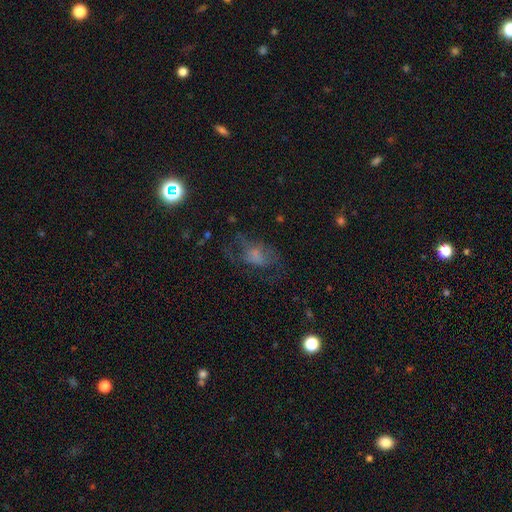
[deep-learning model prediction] A smooth galaxy with no disk features (44%). Merging: none (41%).